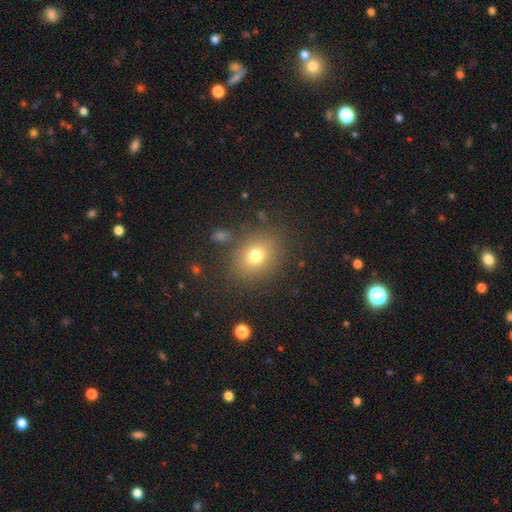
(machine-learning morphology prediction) Q: Smooth or featured?
A: smooth (74%); runner-up: star or artifact (14%)
Q: How rounded?
A: round (53%); runner-up: in between (46%)
Q: Merging?
A: none (81%); runner-up: minor disturbance (11%)